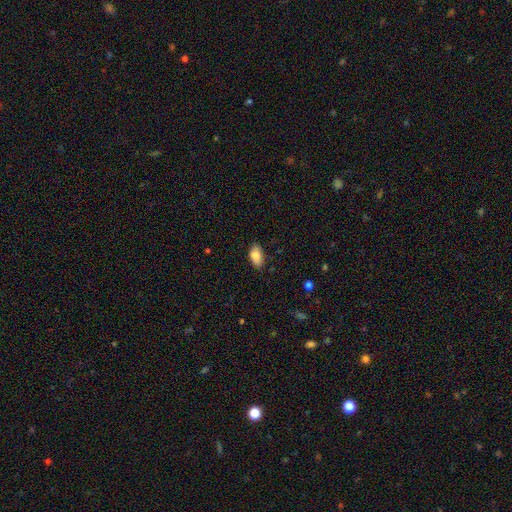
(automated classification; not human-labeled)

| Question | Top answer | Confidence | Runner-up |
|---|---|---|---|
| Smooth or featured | smooth | 86% | star or artifact (7%) |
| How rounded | in between | 93% | cigar-shaped (4%) |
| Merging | none | 82% | minor disturbance (14%) |